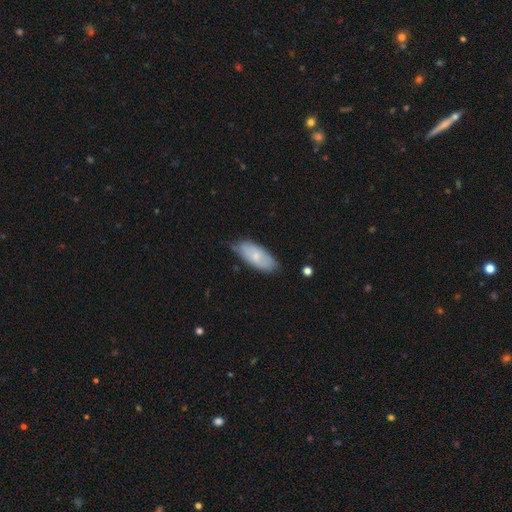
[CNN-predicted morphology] Smooth or featured? Predicted: smooth (p=0.66). How rounded? Predicted: in between (p=0.86). Merging? Predicted: none (p=0.68).